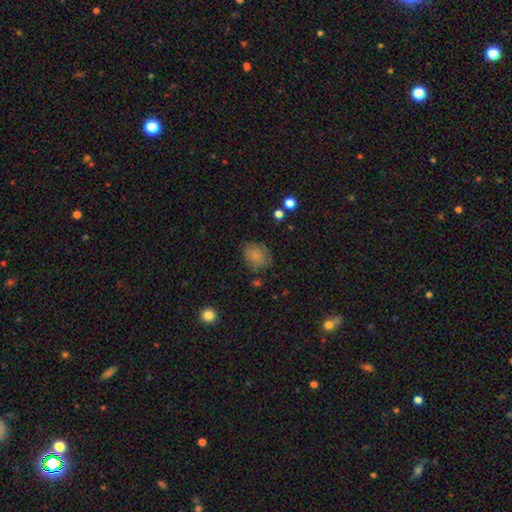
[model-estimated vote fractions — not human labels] Smooth or featured?
  - smooth: 79% *
  - featured or disk: 11%
  - star or artifact: 10%
How rounded?
  - round: 59% *
  - in between: 40%
  - cigar-shaped: 1%
Merging?
  - none: 71% *
  - minor disturbance: 20%
  - major disturbance: 6%
  - merger: 3%